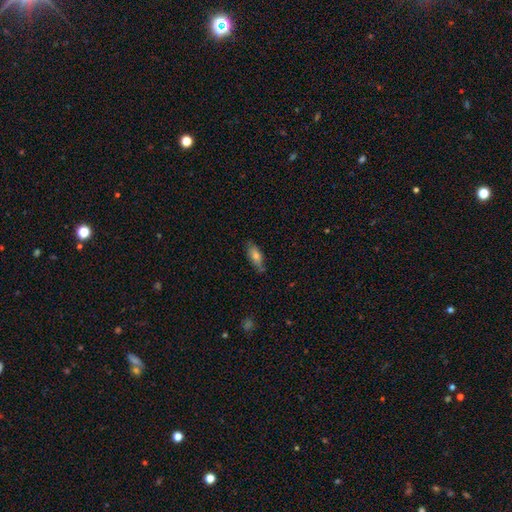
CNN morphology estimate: Smooth or featured: smooth — 63% (featured or disk — 29%)
How rounded: in between — 71% (cigar-shaped — 26%)
Merging: none — 76% (minor disturbance — 19%)